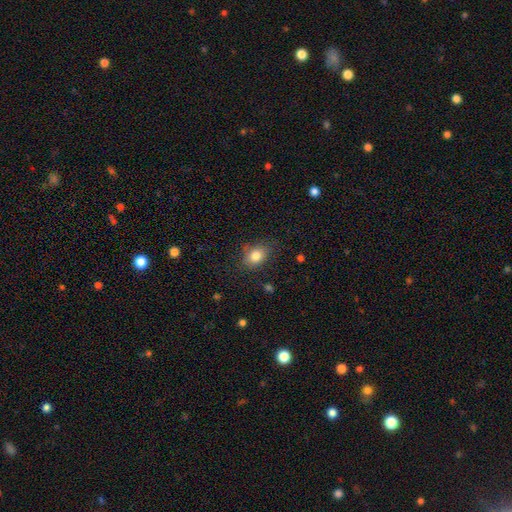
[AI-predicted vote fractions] smooth 82%, star or artifact 10%, featured or disk 8%. Down the decision tree: how rounded — in between (67%); merging — none (76%).